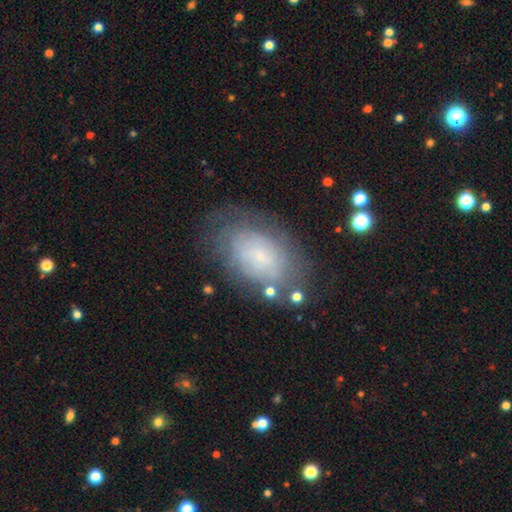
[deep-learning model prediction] Q: Smooth or featured?
A: featured or disk (45%); runner-up: smooth (43%)
Q: Merging?
A: none (69%); runner-up: minor disturbance (19%)